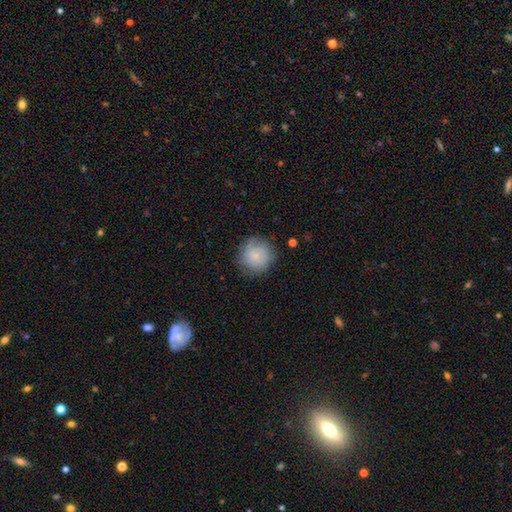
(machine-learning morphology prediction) This is likely a smooth galaxy (70%). How rounded: clearly round (92%). Merging: likely none (72%).